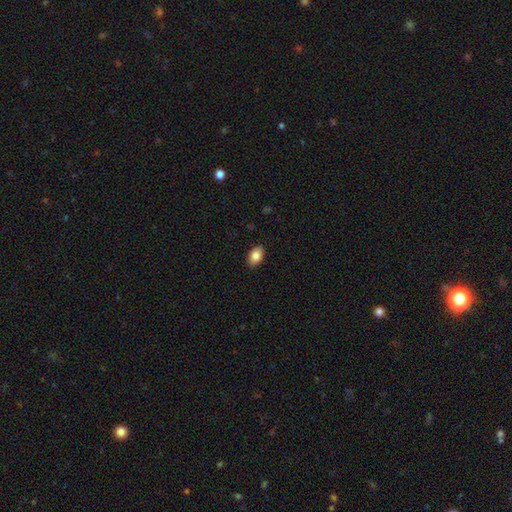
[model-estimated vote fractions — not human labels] Smooth or featured: smooth — 85% (featured or disk — 8%)
How rounded: in between — 89% (round — 10%)
Merging: none — 90% (minor disturbance — 8%)